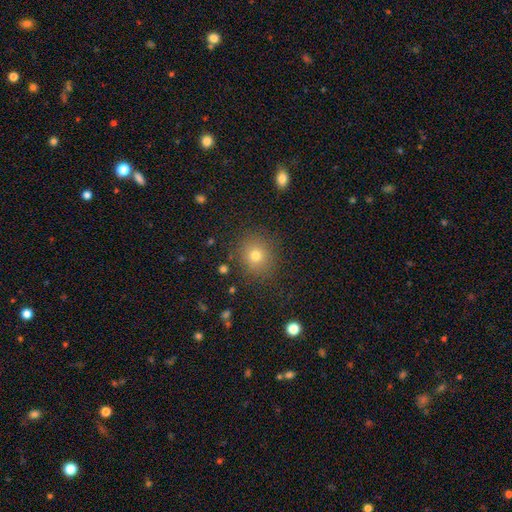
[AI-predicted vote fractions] smooth_or_featured: smooth (p=0.75) [alt: star or artifact p=0.16]
how_rounded: round (p=0.82) [alt: in between p=0.17]
merging: none (p=0.86) [alt: minor disturbance p=0.09]